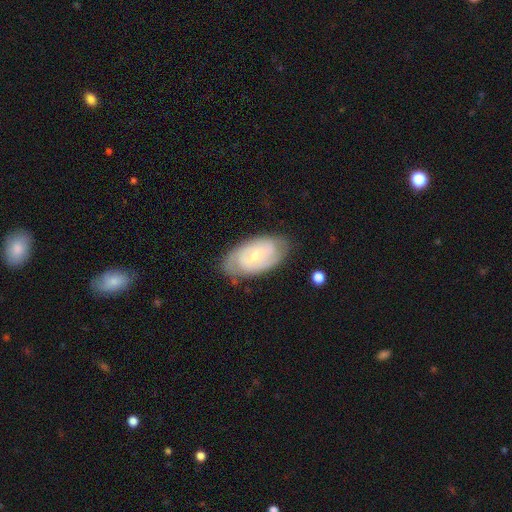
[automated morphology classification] featured or disk 71%, smooth 23%, star or artifact 6%. Down the decision tree: edge-on disk — no (94%); bar — no (53%); spiral arms — yes (85%); spiral arm count — 2 (50%); spiral winding — tight (62%); bulge size — small (59%); merging — none (75%).